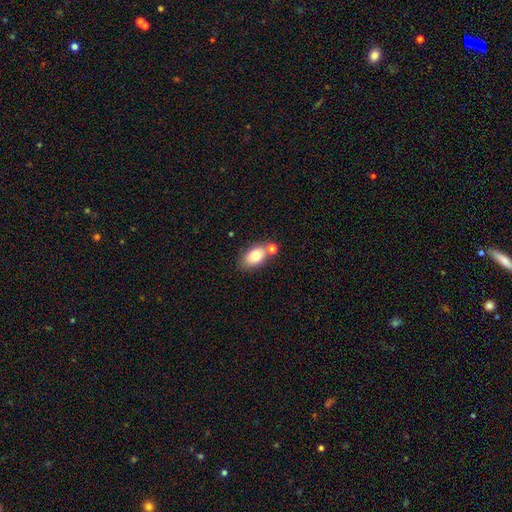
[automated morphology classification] Q: Smooth or featured?
A: smooth (77%); runner-up: featured or disk (15%)
Q: How rounded?
A: in between (85%); runner-up: round (12%)
Q: Merging?
A: none (60%); runner-up: merger (24%)